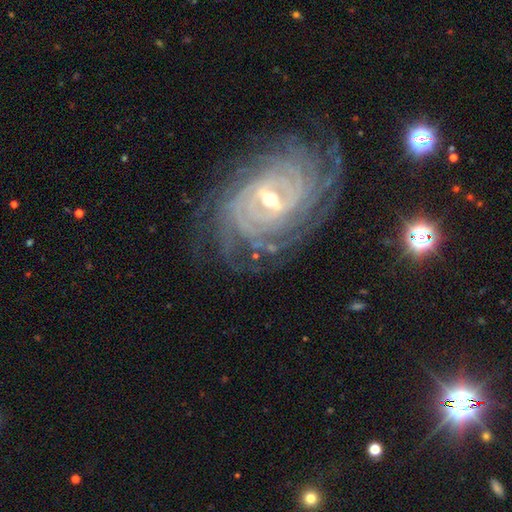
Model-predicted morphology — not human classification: Q: Smooth or featured?
A: featured or disk (91%); runner-up: star or artifact (6%)
Q: Edge-on disk?
A: no (96%); runner-up: yes (4%)
Q: Bar?
A: strong (47%); runner-up: weak (39%)
Q: Spiral arms?
A: yes (98%); runner-up: no (2%)
Q: Spiral winding?
A: tight (82%); runner-up: medium (15%)
Q: Spiral arm count?
A: more than 4 (28%); runner-up: can't tell (23%)
Q: Bulge size?
A: moderate (53%); runner-up: small (43%)
Q: Merging?
A: none (75%); runner-up: minor disturbance (15%)